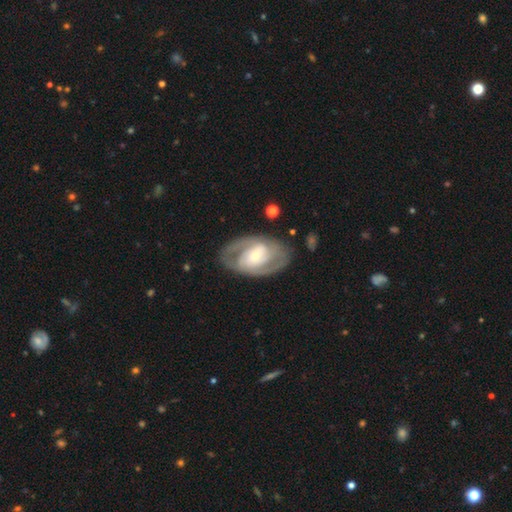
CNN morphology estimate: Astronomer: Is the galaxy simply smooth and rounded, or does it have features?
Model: featured or disk — 79%.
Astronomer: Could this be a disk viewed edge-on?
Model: no — 96%.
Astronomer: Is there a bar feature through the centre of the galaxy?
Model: no — 38% (runner-up: weak, 37%).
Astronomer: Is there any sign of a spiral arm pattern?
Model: yes — 84%.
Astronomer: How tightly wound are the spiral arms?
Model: tight — 47% (runner-up: medium, 41%).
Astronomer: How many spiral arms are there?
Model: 2 — 72%.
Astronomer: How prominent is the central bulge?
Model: small — 54% (runner-up: moderate, 34%).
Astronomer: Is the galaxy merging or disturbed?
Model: none — 77%.